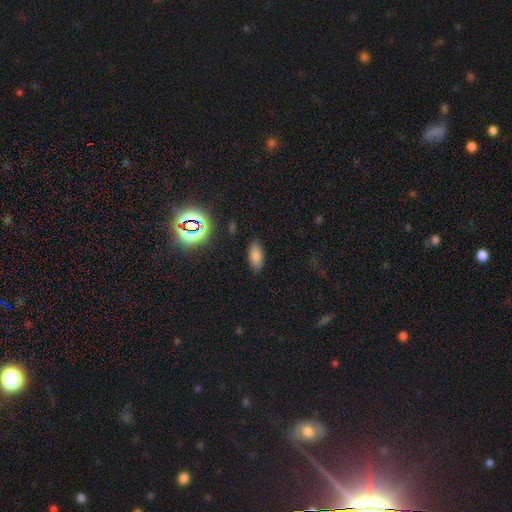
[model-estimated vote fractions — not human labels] Smooth or featured: smooth — 77% (star or artifact — 14%)
How rounded: in between — 88% (cigar-shaped — 9%)
Merging: none — 86% (minor disturbance — 10%)